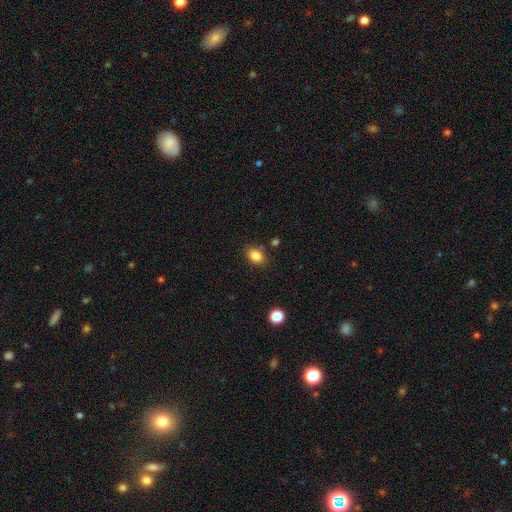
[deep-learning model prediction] Morphology: type=smooth (84%); roundness=in between (77%); merging=none (81%).